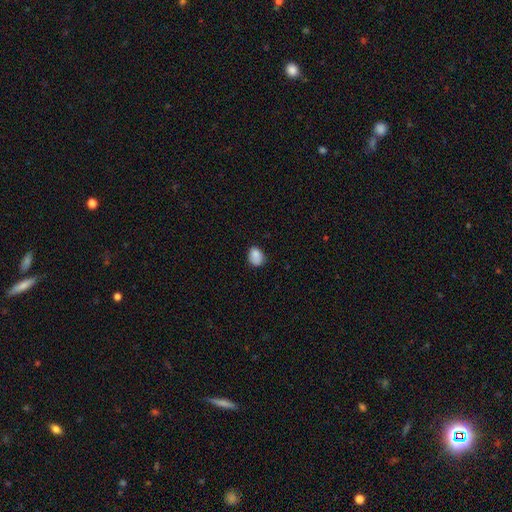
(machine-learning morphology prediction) Smooth or featured? Predicted: smooth (p=0.86). How rounded? Predicted: in between (p=0.62). Merging? Predicted: none (p=0.69).